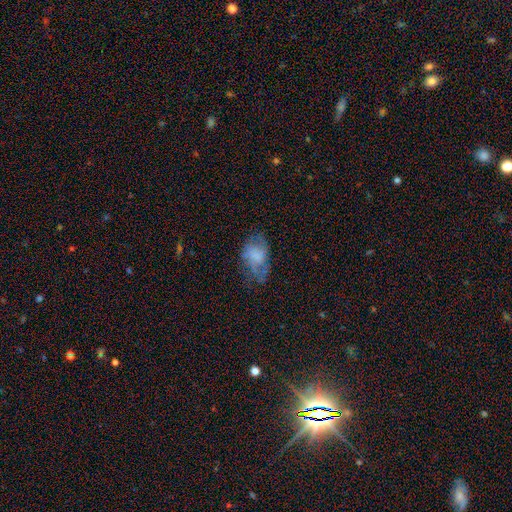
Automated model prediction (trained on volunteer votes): This is possibly a smooth galaxy (56%). How rounded: clearly in between (89%). Merging: marginally none (44%).